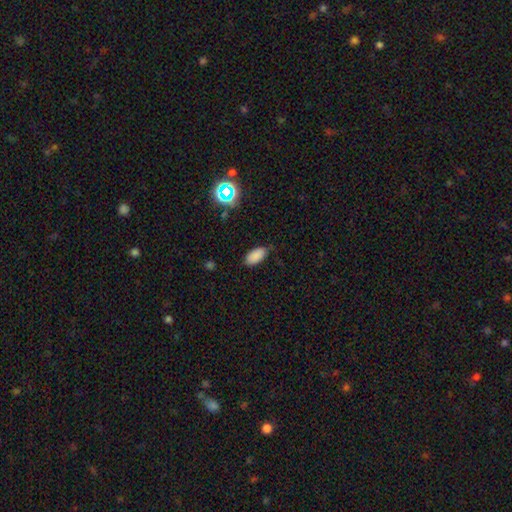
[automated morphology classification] type=smooth (84%); roundness=in between (93%); merging=none (74%).